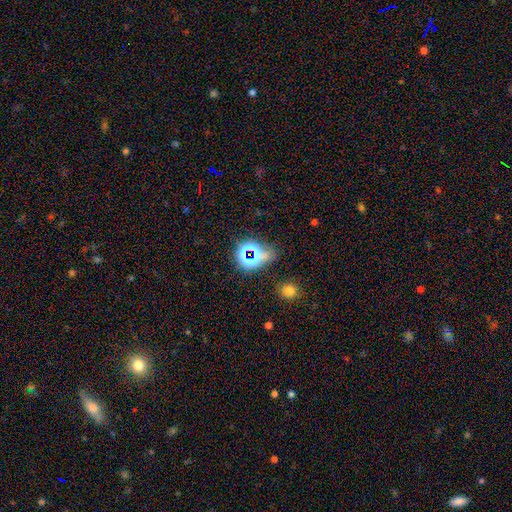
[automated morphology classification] This appears to be a star or artifact, not a galaxy (67%).